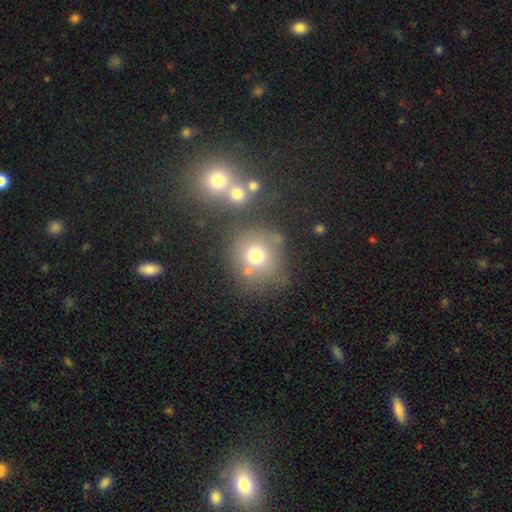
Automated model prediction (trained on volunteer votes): This is likely a smooth galaxy (70%). How rounded: clearly round (85%). Merging: possibly none (58%).